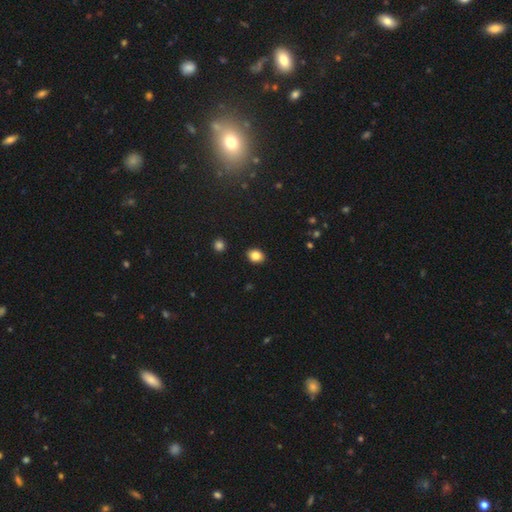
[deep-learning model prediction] The model was most divided on "how rounded": in between: 61%, round: 38%, cigar-shaped: 1%. More confident: merging — none (89%); smooth or featured — smooth (84%).